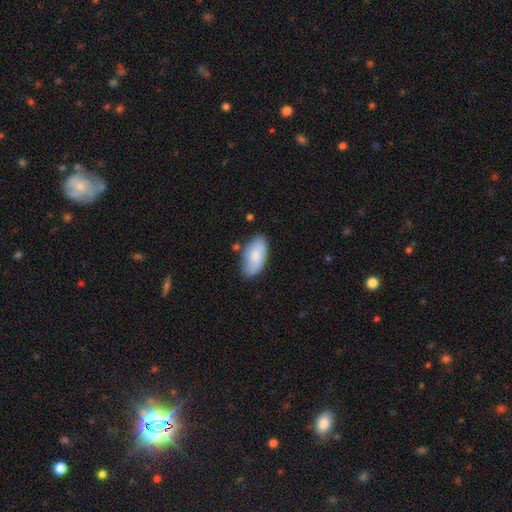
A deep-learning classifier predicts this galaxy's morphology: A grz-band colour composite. It shows a smooth galaxy with no disk features (79%) that is in between round and cigar-shaped (94%). Merging: none (75%).